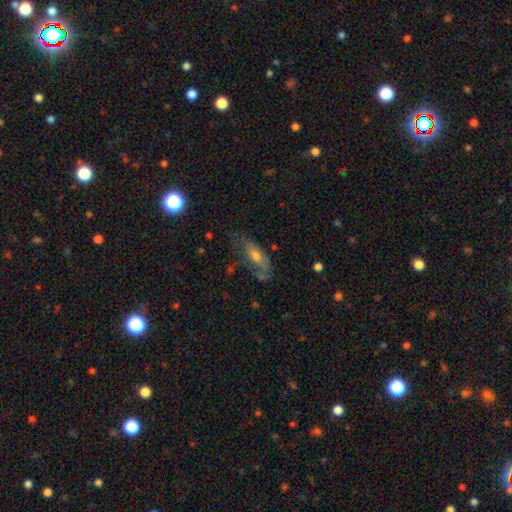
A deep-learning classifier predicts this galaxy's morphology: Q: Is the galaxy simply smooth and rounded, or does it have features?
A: featured or disk — 47%.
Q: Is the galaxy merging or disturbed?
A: none — 49%.